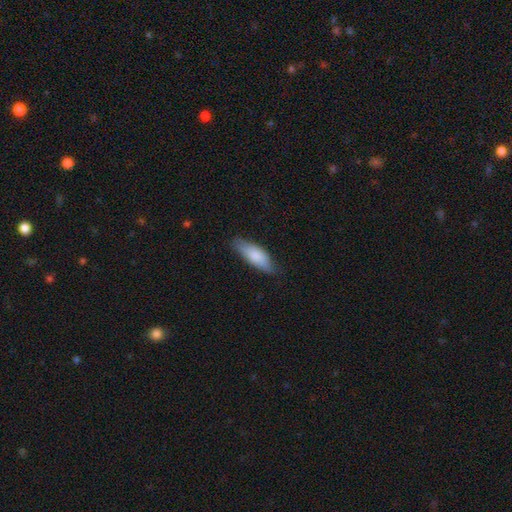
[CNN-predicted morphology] Smooth or featured? smooth (78%)
How rounded? in between (68%)
Merging? none (74%)